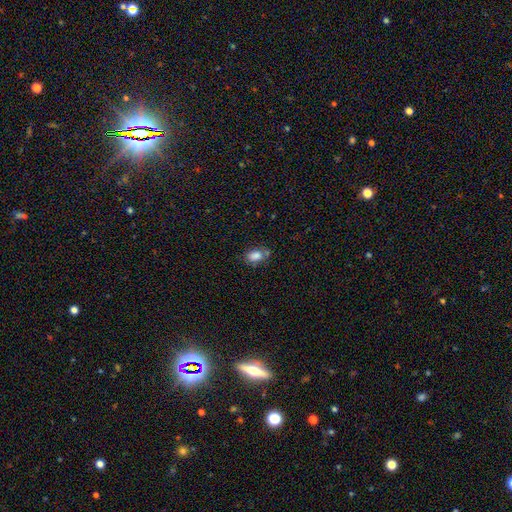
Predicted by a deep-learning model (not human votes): Smooth or featured? Predicted: smooth (p=0.82). How rounded? Predicted: in between (p=0.83). Merging? Predicted: none (p=0.61).